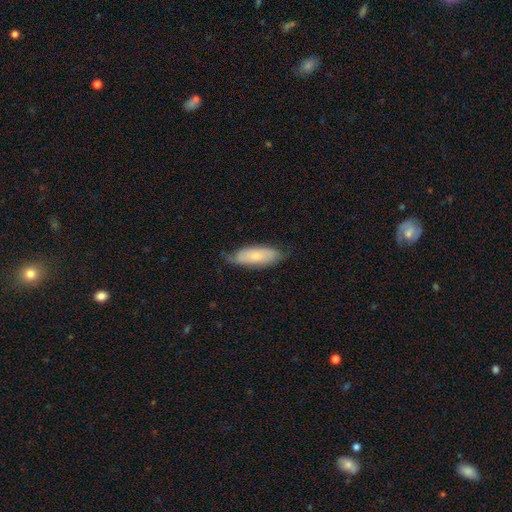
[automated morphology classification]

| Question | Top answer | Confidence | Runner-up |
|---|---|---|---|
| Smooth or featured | smooth | 64% | featured or disk (30%) |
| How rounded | in between | 70% | cigar-shaped (28%) |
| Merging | none | 67% | minor disturbance (27%) |